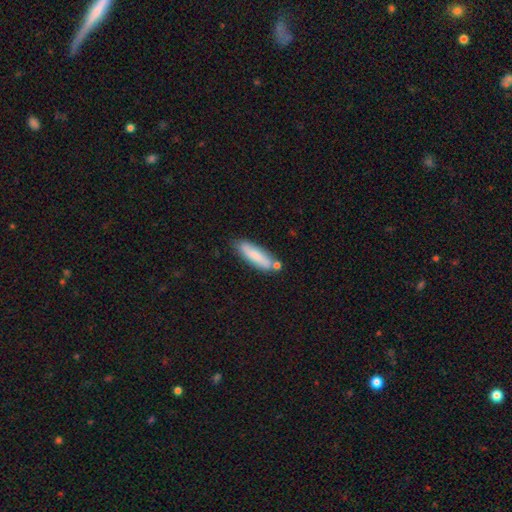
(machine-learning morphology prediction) smooth-or-featured: smooth: 77% | featured or disk: 17% | star or artifact: 6%
  how-rounded: cigar-shaped: 66% | in between: 33% | round: 2%
  merging: none: 69% | minor disturbance: 17% | merger: 11% | major disturbance: 3%